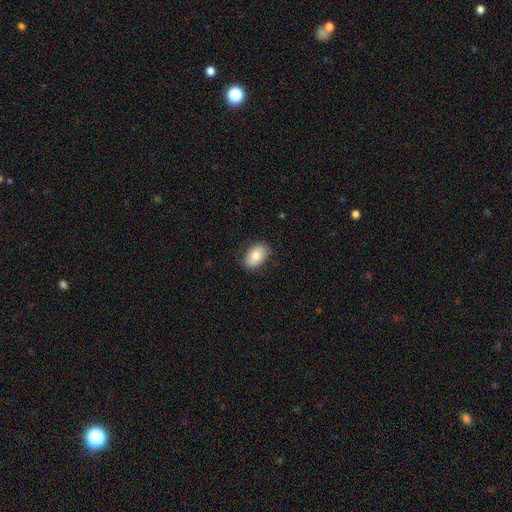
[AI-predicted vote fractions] A smooth galaxy with no disk features (79%) that is in between round and cigar-shaped (88%).

Vote fractions:
- Smooth or featured? smooth: 79% / featured or disk: 14% / star or artifact: 7%
- How rounded? in between: 88% / round: 10% / cigar-shaped: 1%
- Merging? none: 83% / minor disturbance: 13% / major disturbance: 3% / merger: 1%